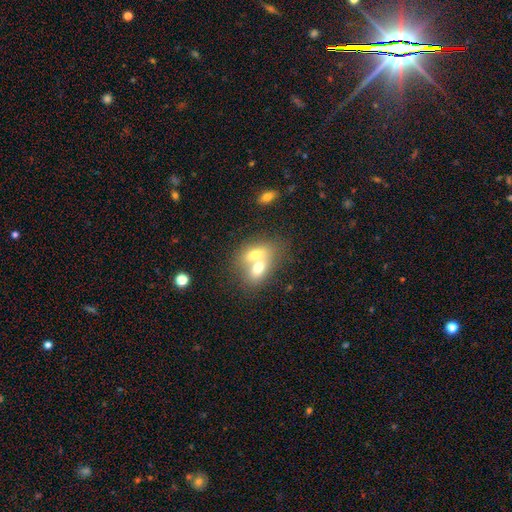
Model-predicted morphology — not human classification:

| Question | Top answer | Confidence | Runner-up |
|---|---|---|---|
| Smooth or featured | smooth | 63% | featured or disk (28%) |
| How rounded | in between | 72% | round (24%) |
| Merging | merger | 71% | none (20%) |